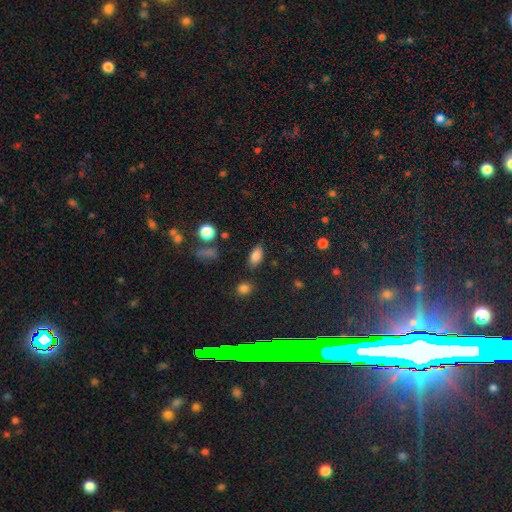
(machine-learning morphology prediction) This is clearly a smooth galaxy (83%). How rounded: clearly in between (90%). Merging: likely none (77%).